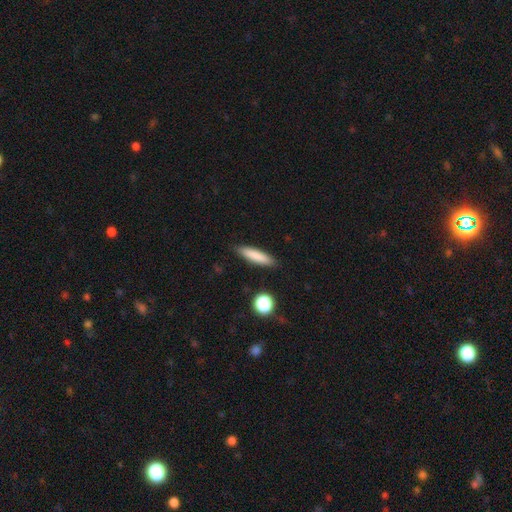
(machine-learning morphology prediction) A smooth galaxy with no disk features (82%) that is cigar-shaped (79%). Merging: none (88%).